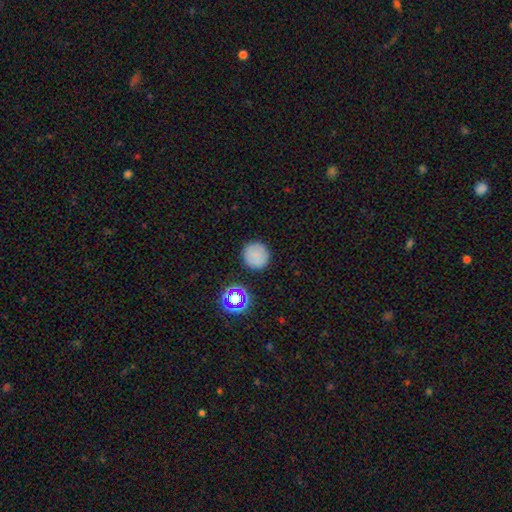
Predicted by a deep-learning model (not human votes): Smooth or featured?
  - smooth: 77% *
  - star or artifact: 14%
  - featured or disk: 9%
How rounded?
  - round: 94% *
  - in between: 5%
  - cigar-shaped: 1%
Merging?
  - none: 88% *
  - minor disturbance: 8%
  - major disturbance: 2%
  - merger: 2%